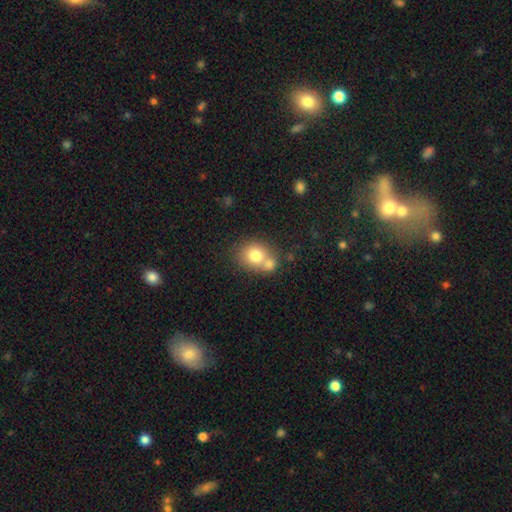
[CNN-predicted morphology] A smooth galaxy with no disk features (76%) that is round (70%). Merging: merger (47%).